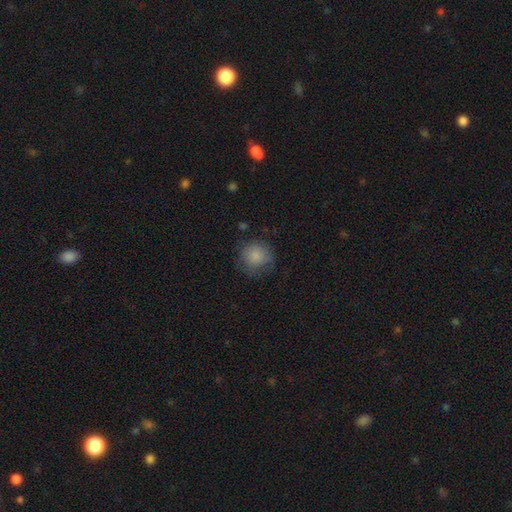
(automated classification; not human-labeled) Smooth or featured: smooth — 82% (featured or disk — 10%)
How rounded: round — 90% (in between — 9%)
Merging: none — 65% (minor disturbance — 23%)